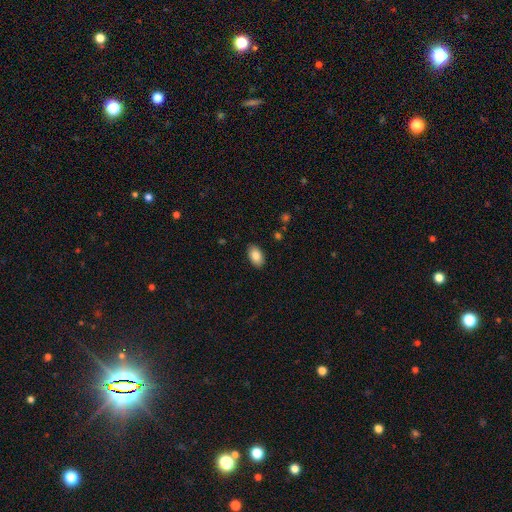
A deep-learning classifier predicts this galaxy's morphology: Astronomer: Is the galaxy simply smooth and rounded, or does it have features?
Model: smooth — 85%.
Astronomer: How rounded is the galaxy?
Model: in between — 93%.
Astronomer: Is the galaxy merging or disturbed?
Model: none — 88%.